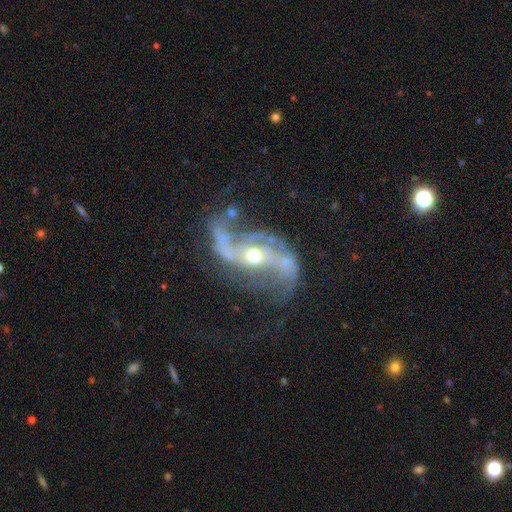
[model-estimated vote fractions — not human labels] A featured or disk galaxy (90%) with no bar (43%), 2 (80%) loose (59%) spiral arms (95%) and a moderate central bulge (64%).

Vote fractions:
- Smooth or featured? featured or disk: 90% / star or artifact: 6% / smooth: 4%
- Edge-on disk? no: 97% / yes: 3%
- Bar? no: 43% / weak: 31% / strong: 26%
- Spiral arms? yes: 95% / no: 5%
- Spiral winding? loose: 59% / medium: 32% / tight: 8%
- Spiral arm count? 2: 80% / 3: 7% / can't tell: 5% / 1: 3% / 4: 2% / more than 4: 2%
- Bulge size? moderate: 64% / small: 30% / large: 4% / none: 1% / dominant: 1%
- Merging? none: 49% / major disturbance: 25% / minor disturbance: 20% / merger: 6%